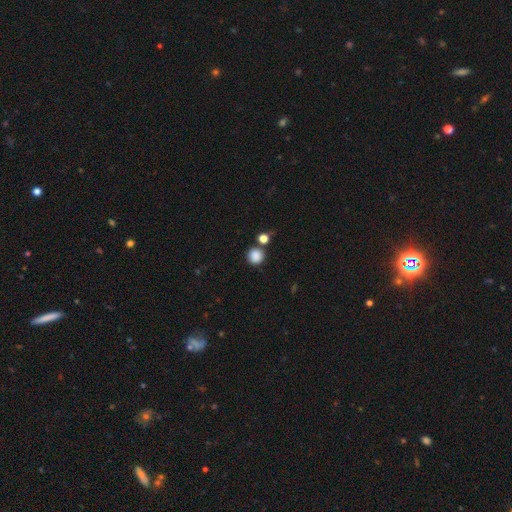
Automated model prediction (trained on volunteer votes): Smooth or featured? smooth (86%)
How rounded? round (92%)
Merging? none (75%)